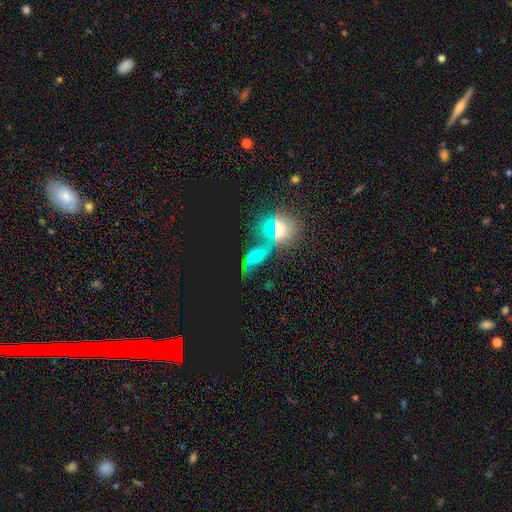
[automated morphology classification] The model was most divided on "merging": merger: 46%, none: 37%, minor disturbance: 10%, major disturbance: 7%. Remaining: smooth or featured — smooth (49%).